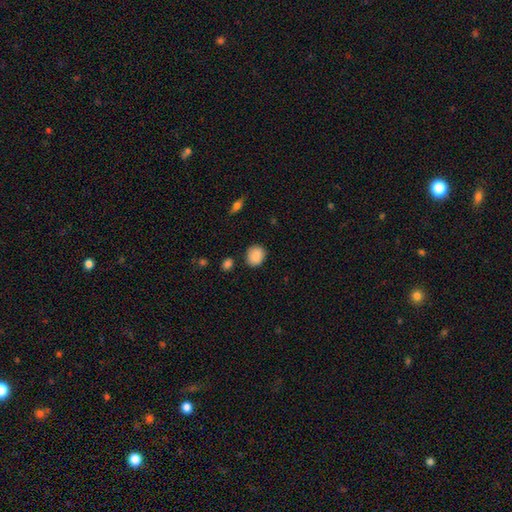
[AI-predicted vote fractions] Morphology: type=smooth (88%); roundness=round (71%); merging=none (84%).